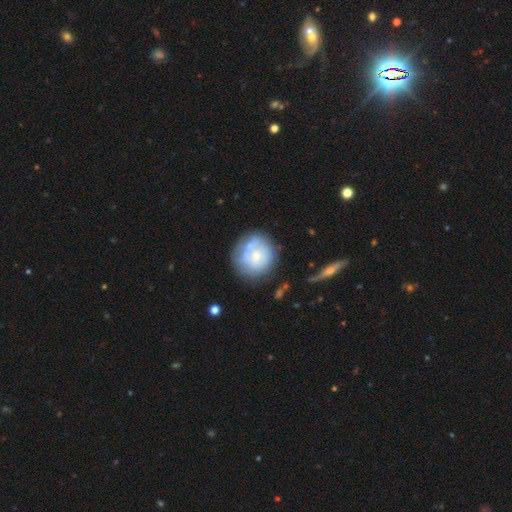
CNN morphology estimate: Overall: smooth (51%; featured or disk 41%). How rounded: round (88%). Merging: none (58%; minor disturbance 19%).